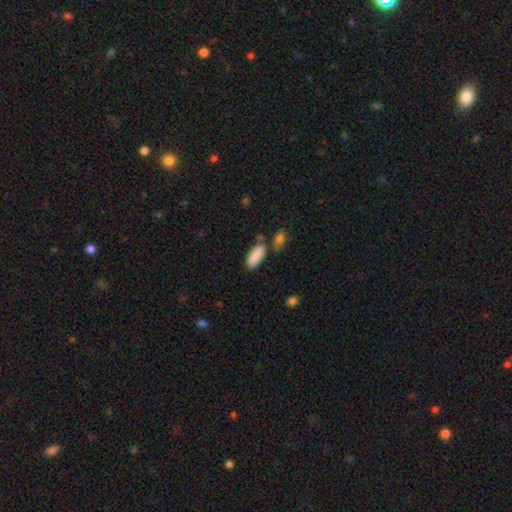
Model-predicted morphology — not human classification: The model was most divided on "merging": none: 74%, minor disturbance: 14%, merger: 10%, major disturbance: 3%. More confident: smooth or featured — smooth (89%); how rounded — in between (82%).